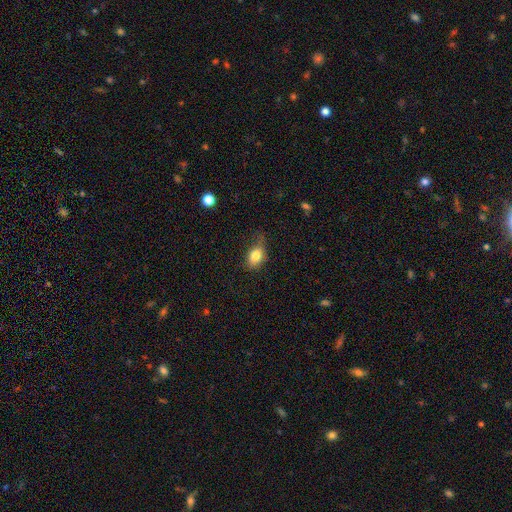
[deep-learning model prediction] Overall: smooth (80%). How rounded: in between (78%). Merging: none (45%; minor disturbance 37%).